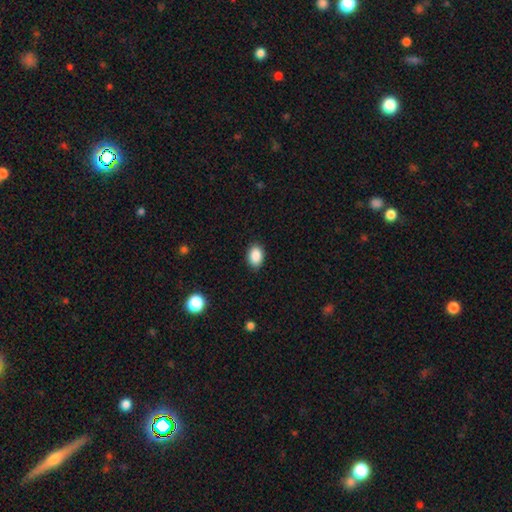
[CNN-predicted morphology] smooth 89%, star or artifact 8%, featured or disk 3%. Down the decision tree: how rounded — in between (78%); merging — none (88%).